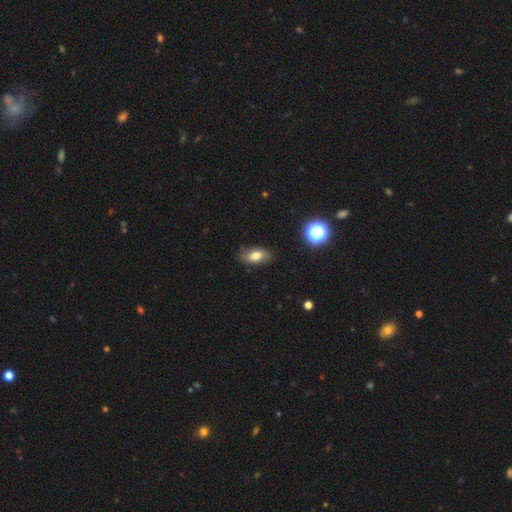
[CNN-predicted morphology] Smooth or featured?
  - smooth: 75% *
  - featured or disk: 15%
  - star or artifact: 10%
How rounded?
  - in between: 88% *
  - round: 7%
  - cigar-shaped: 4%
Merging?
  - none: 81% *
  - minor disturbance: 15%
  - major disturbance: 3%
  - merger: 1%